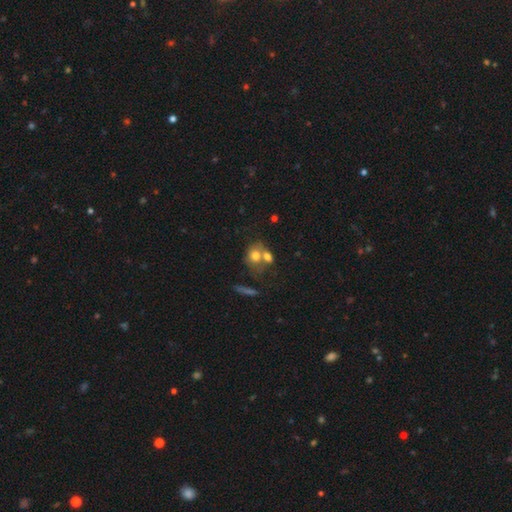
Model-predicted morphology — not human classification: This appears to be a smooth galaxy with no disk features (71%) that is round (56%). Merging: merger (54%).